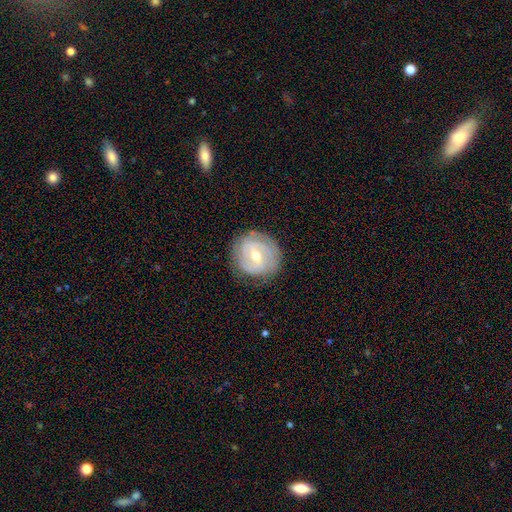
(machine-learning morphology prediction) This appears to be a featured or disk galaxy (77%) with a weak bar (51%), 2 (41%) tight (66%) spiral arms (86%) and a moderate central bulge (60%). Merging: none (80%).